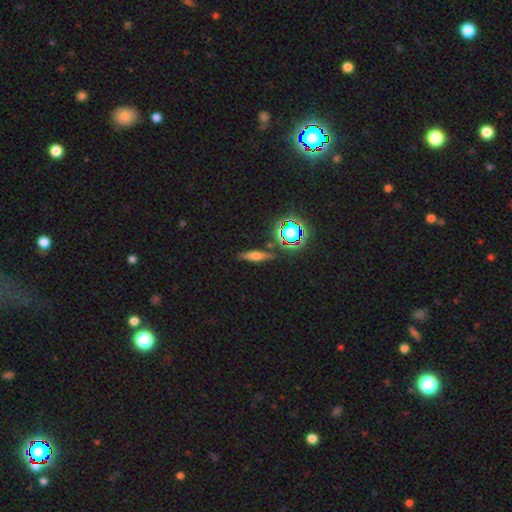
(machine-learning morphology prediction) Smooth or featured: smooth — 49% (featured or disk — 33%)
Merging: none — 83% (minor disturbance — 11%)